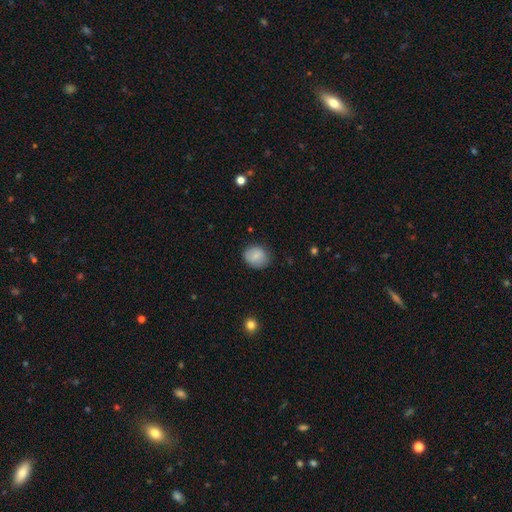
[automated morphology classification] Smooth or featured?
  - smooth: 83% *
  - featured or disk: 9%
  - star or artifact: 8%
How rounded?
  - round: 62% *
  - in between: 37%
  - cigar-shaped: 1%
Merging?
  - none: 81% *
  - minor disturbance: 15%
  - major disturbance: 3%
  - merger: 1%